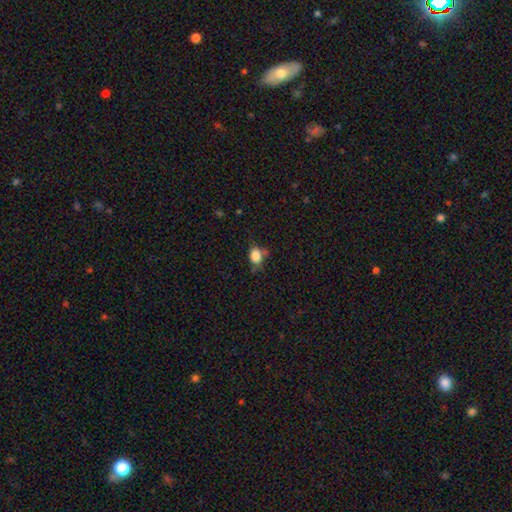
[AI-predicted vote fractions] smooth 83%, star or artifact 10%, featured or disk 7%. Down the decision tree: how rounded — in between (63%); merging — none (55%).